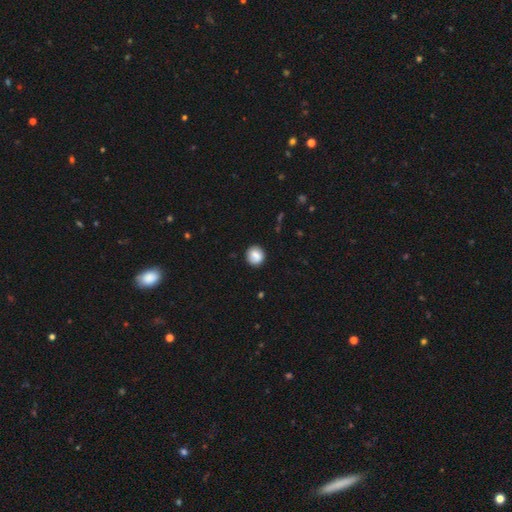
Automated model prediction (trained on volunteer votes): Smooth or featured: smooth — 83% (featured or disk — 9%)
How rounded: round — 88% (in between — 11%)
Merging: none — 87% (minor disturbance — 9%)